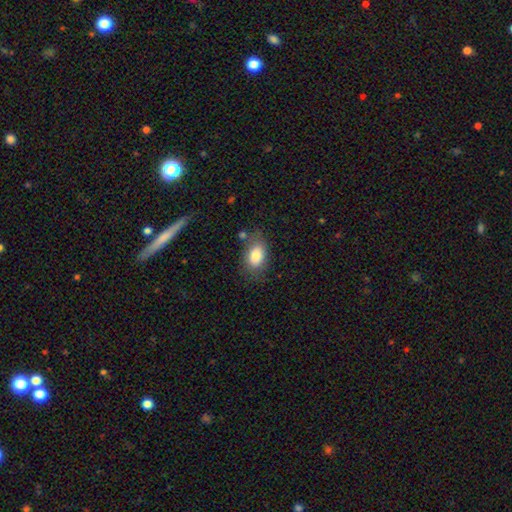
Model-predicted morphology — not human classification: Overall: smooth (83%). How rounded: in between (86%). Merging: none (69%).